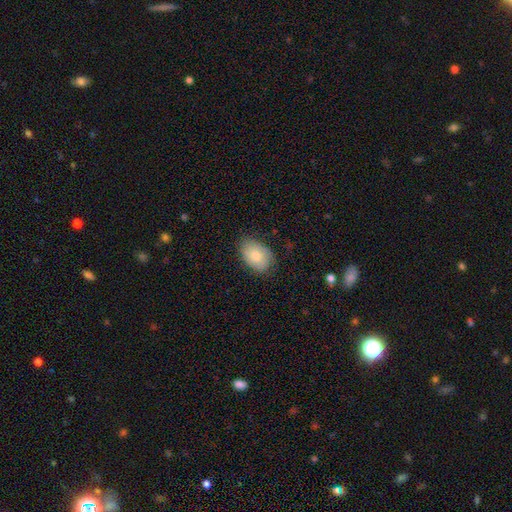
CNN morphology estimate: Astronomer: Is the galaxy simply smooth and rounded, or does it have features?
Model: smooth — 77%.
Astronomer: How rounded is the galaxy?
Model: in between — 87%.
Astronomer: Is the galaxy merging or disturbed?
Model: none — 77%.